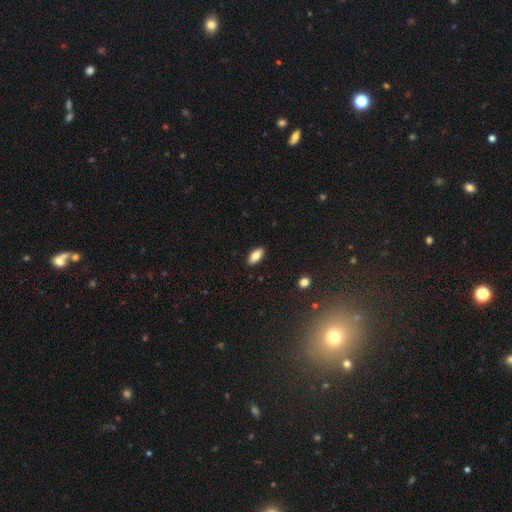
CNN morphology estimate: This appears to be a smooth galaxy with no disk features (81%) that is in between round and cigar-shaped (86%). Merging: none (89%).